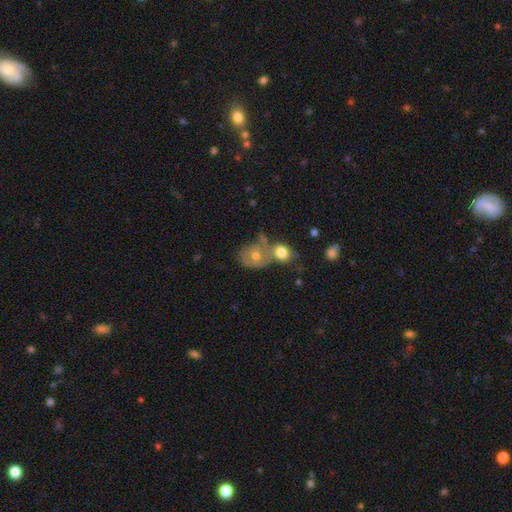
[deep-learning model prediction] smooth-or-featured: smooth: 54% | featured or disk: 36% | star or artifact: 10%
  how-rounded: round: 57% | in between: 42% | cigar-shaped: 1%
  merging: merger: 51% | none: 28% | minor disturbance: 13% | major disturbance: 8%